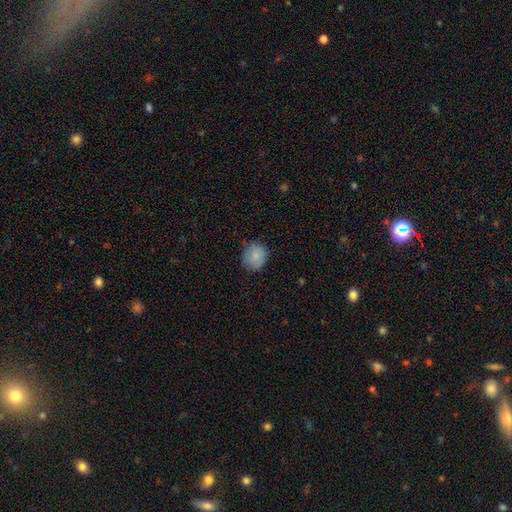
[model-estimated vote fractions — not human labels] A smooth galaxy with no disk features (82%) that is round (79%). Merging: none (78%).